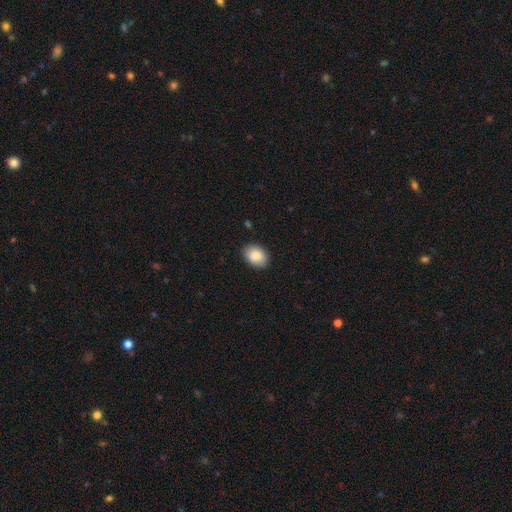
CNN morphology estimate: A smooth galaxy with no disk features (88%) that is in between round and cigar-shaped (73%).

Vote fractions:
- Smooth or featured? smooth: 88% / star or artifact: 7% / featured or disk: 5%
- How rounded? in between: 73% / round: 26% / cigar-shaped: 1%
- Merging? none: 87% / minor disturbance: 10% / major disturbance: 2% / merger: 1%